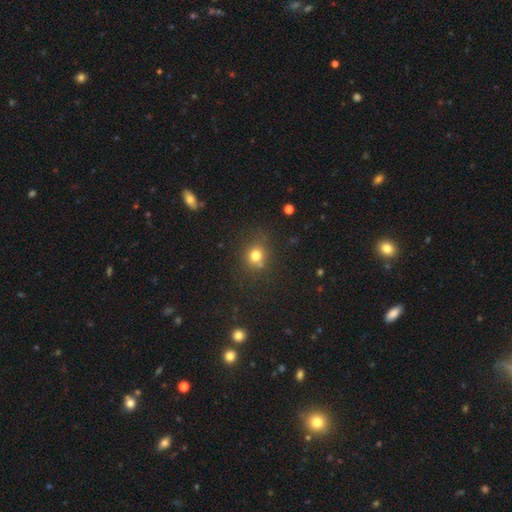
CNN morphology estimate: smooth 75%, star or artifact 16%, featured or disk 9%. Down the decision tree: how rounded — round (78%); merging — none (72%).